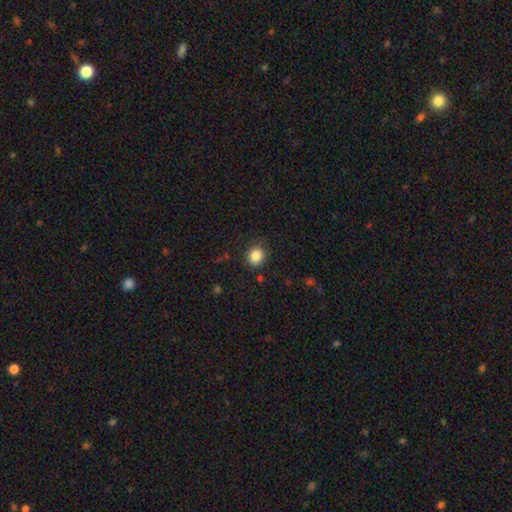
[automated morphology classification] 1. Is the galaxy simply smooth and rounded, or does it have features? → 85% smooth, 10% star or artifact, 5% featured or disk.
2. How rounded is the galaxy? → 80% round, 19% in between, 1% cigar-shaped.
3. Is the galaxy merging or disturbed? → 86% none, 10% minor disturbance, 3% major disturbance, 1% merger.